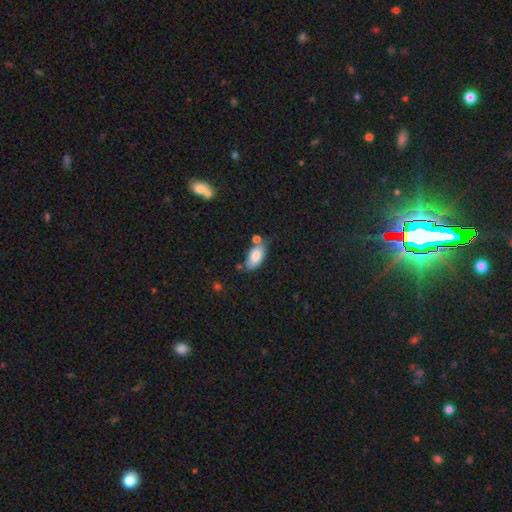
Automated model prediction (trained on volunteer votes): Smooth or featured? Predicted: smooth (p=0.83). How rounded? Predicted: in between (p=0.91). Merging? Predicted: none (p=0.56).